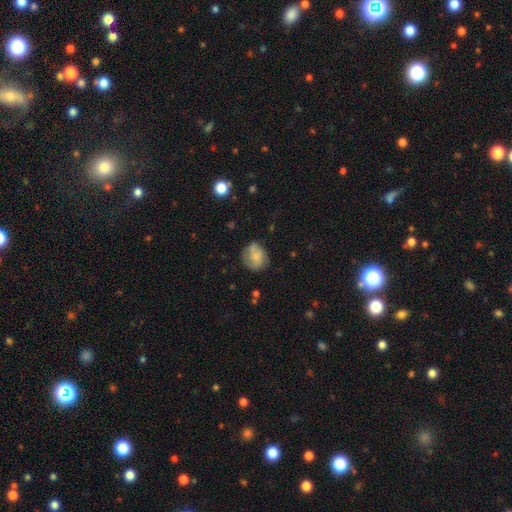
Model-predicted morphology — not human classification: type=smooth (62%); roundness=round (69%); merging=none (59%).